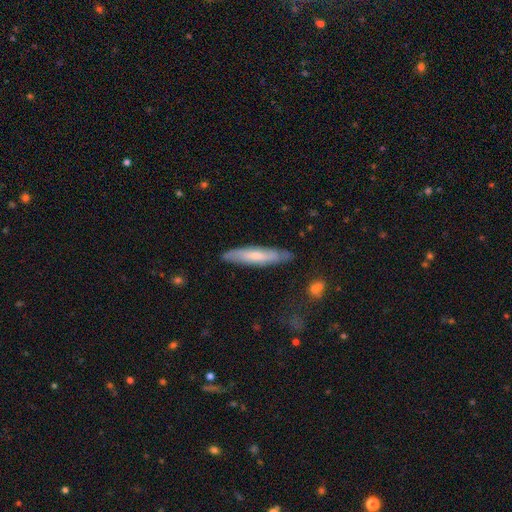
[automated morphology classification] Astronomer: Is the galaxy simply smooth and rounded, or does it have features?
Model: smooth — 55% (runner-up: featured or disk, 39%).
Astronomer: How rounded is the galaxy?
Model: cigar-shaped — 85%.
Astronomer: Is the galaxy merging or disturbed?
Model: none — 82%.